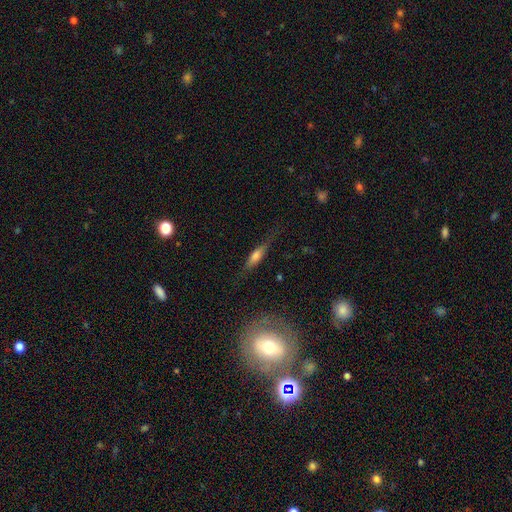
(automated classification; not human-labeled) smooth_or_featured: smooth (p=0.48) [alt: featured or disk p=0.43]
merging: none (p=0.72) [alt: minor disturbance p=0.19]